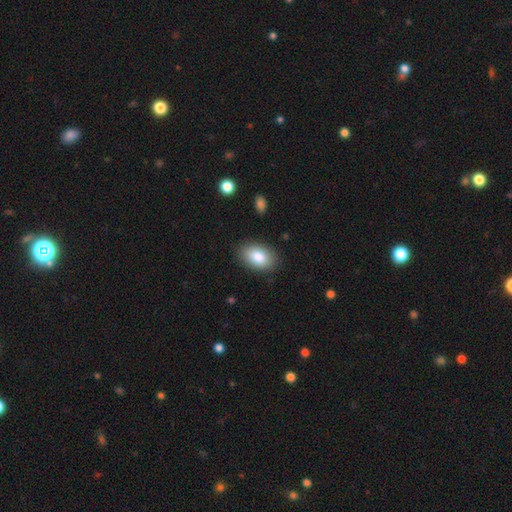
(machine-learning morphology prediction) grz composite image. It shows a smooth galaxy with no disk features (84%) that is in between round and cigar-shaped (89%). Merging: none (87%).